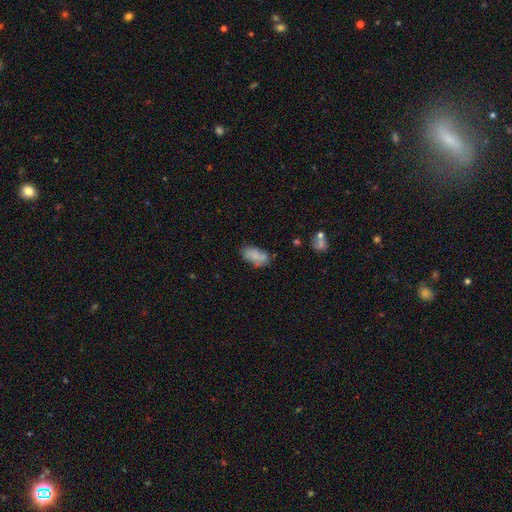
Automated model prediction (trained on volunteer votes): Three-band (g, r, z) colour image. It shows a smooth galaxy with no disk features (70%) that is in between round and cigar-shaped (92%). Merging: none (59%).